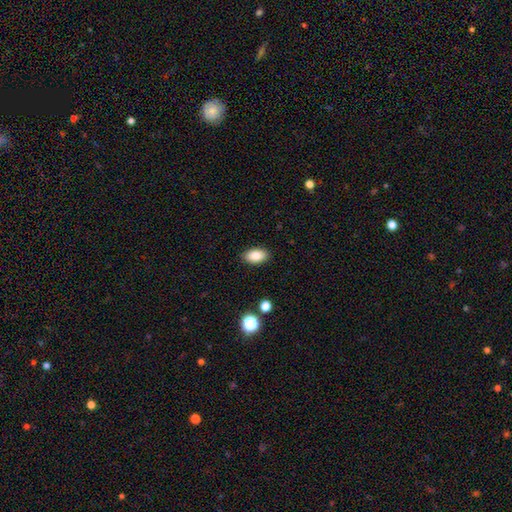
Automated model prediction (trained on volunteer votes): Smooth or featured? Predicted: smooth (p=0.85). How rounded? Predicted: in between (p=0.92). Merging? Predicted: none (p=0.88).